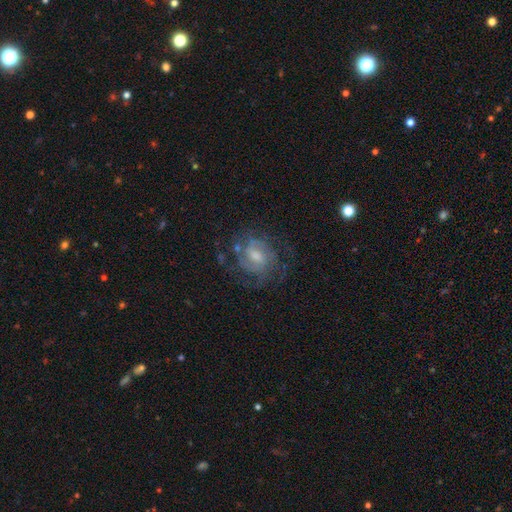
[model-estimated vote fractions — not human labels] Smooth or featured?
  - featured or disk: 80% *
  - smooth: 11%
  - star or artifact: 9%
Edge-on disk?
  - no: 97% *
  - yes: 3%
Bar?
  - weak: 51% *
  - no: 37%
  - strong: 12%
Spiral arms?
  - yes: 94% *
  - no: 6%
Spiral winding?
  - tight: 53% *
  - medium: 38%
  - loose: 9%
Spiral arm count?
  - 2: 31% * (tied)
  - can't tell: 31% * (tied)
  - 3: 21%
  - 4: 8%
  - 1: 5%
  - more than 4: 5%
Bulge size?
  - moderate: 47% *
  - small: 36%
  - none: 8%
  - large: 7%
  - dominant: 1%
Merging?
  - none: 70% *
  - minor disturbance: 16%
  - major disturbance: 12%
  - merger: 2%